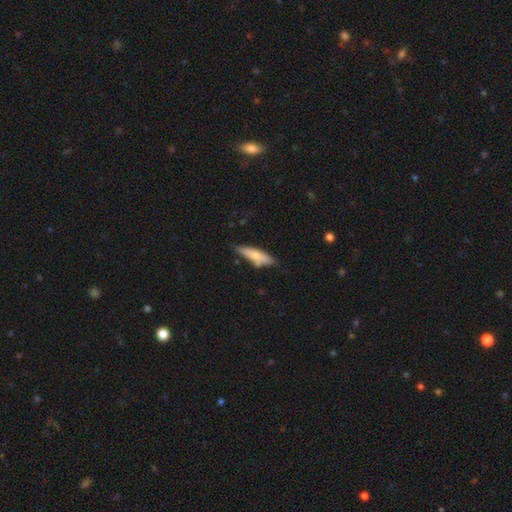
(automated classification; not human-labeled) smooth_or_featured: smooth (p=0.66) [alt: featured or disk p=0.28]
how_rounded: cigar-shaped (p=0.65) [alt: in between p=0.33]
merging: none (p=0.67) [alt: minor disturbance p=0.22]